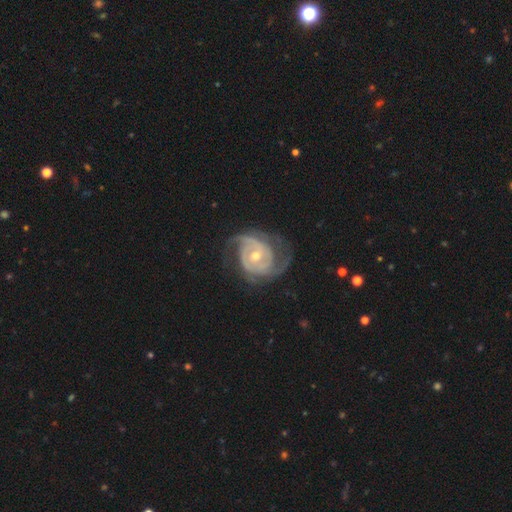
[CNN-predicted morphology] A featured or disk galaxy (90%) with no bar (63%), 2 (56%) tight (58%) spiral arms (97%) and a moderate central bulge (55%).

Vote fractions:
- Smooth or featured? featured or disk: 90% / smooth: 5% / star or artifact: 4%
- Edge-on disk? no: 98% / yes: 2%
- Bar? no: 63% / weak: 28% / strong: 10%
- Spiral arms? yes: 97% / no: 3%
- Spiral winding? tight: 58% / medium: 34% / loose: 9%
- Spiral arm count? 2: 56% / 3: 19% / can't tell: 13% / 1: 5% / 4: 4% / more than 4: 4%
- Bulge size? moderate: 55% / small: 41% / large: 2% / none: 1% / dominant: 1%
- Merging? none: 66% / minor disturbance: 20% / major disturbance: 13% / merger: 1%